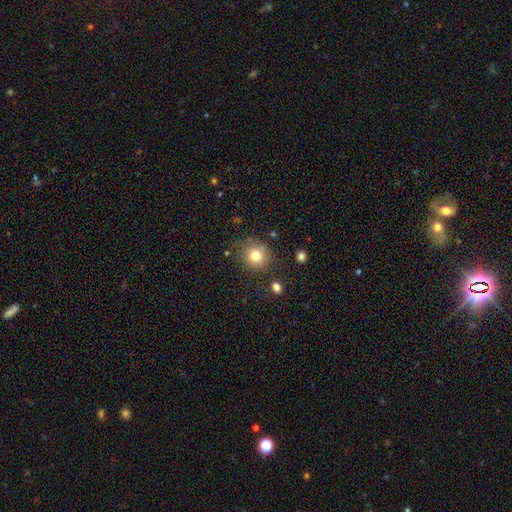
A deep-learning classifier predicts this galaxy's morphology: Overall: smooth (79%). How rounded: round (84%). Merging: none (80%).